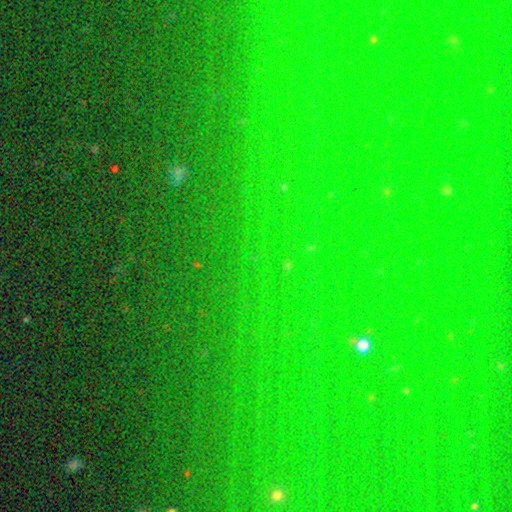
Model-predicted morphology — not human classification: Smooth or featured?
  - star or artifact: 78% *
  - smooth: 14%
  - featured or disk: 9%